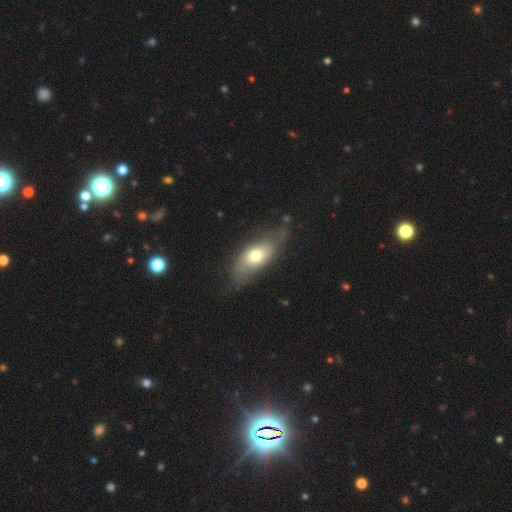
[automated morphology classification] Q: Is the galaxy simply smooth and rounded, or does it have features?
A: smooth — 58%.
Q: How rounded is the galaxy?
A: in between — 79%.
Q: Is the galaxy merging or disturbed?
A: none — 59%.